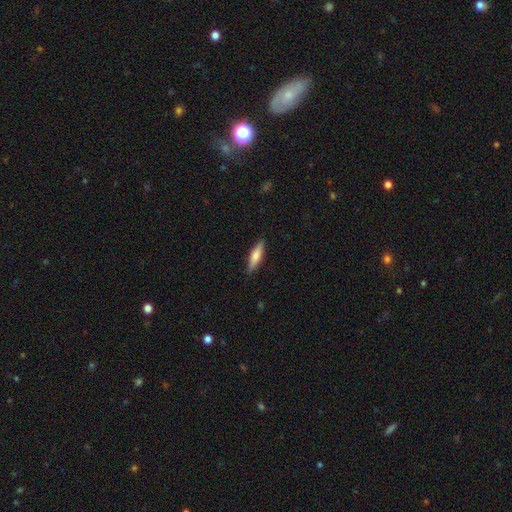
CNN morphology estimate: Smooth or featured? smooth (66%)
How rounded? cigar-shaped (69%)
Merging? none (88%)